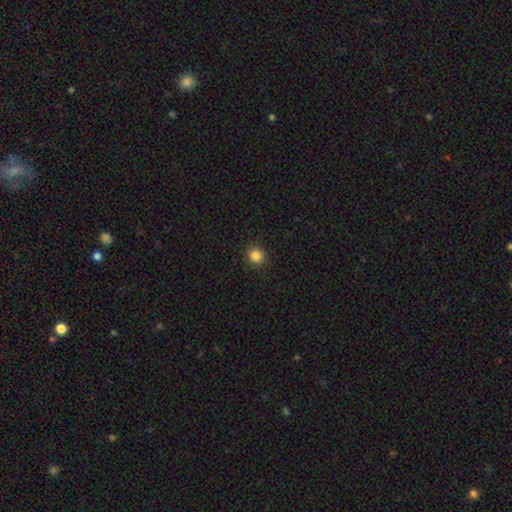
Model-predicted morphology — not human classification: Q: Smooth or featured?
A: smooth (85%); runner-up: star or artifact (11%)
Q: How rounded?
A: round (93%); runner-up: in between (6%)
Q: Merging?
A: none (91%); runner-up: minor disturbance (6%)